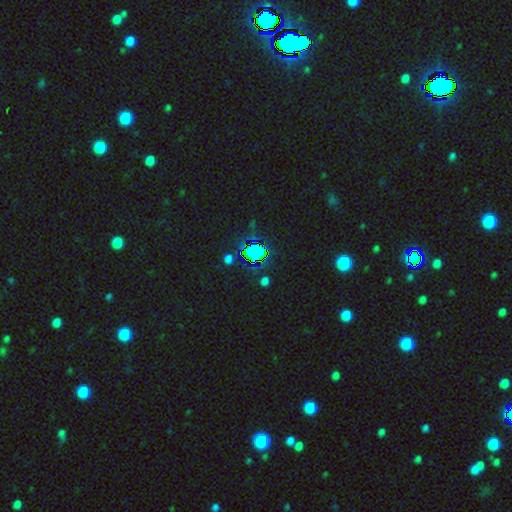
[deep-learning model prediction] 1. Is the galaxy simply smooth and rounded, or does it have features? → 70% star or artifact, 21% smooth, 9% featured or disk.